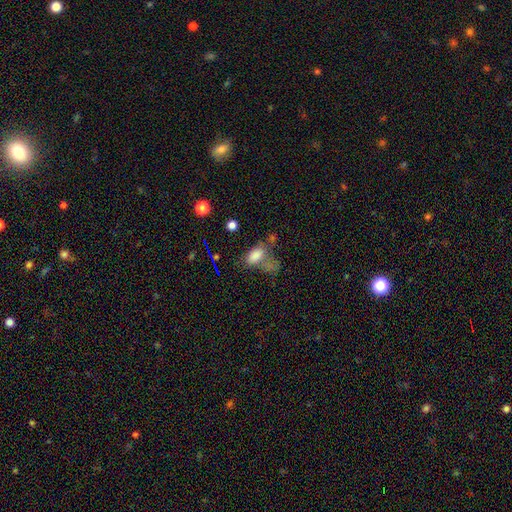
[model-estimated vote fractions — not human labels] smooth 74%, star or artifact 14%, featured or disk 12%. Down the decision tree: how rounded — in between (88%); merging — none (31%).